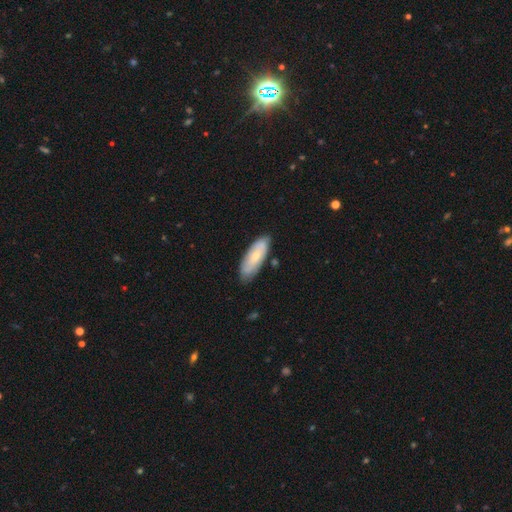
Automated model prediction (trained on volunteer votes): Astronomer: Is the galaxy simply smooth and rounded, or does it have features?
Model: smooth — 57% (runner-up: featured or disk, 38%).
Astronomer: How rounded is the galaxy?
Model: in between — 69%.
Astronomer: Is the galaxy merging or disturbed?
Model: none — 79%.